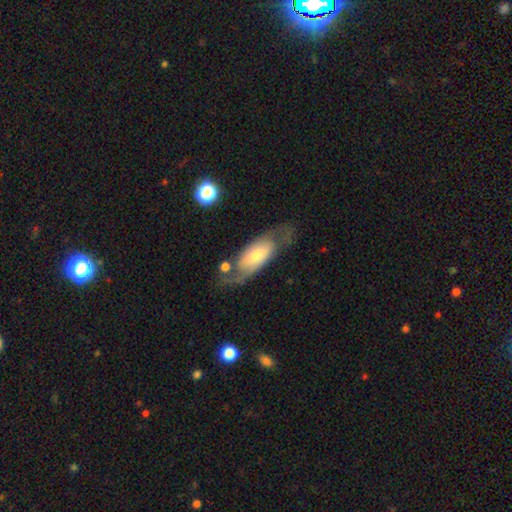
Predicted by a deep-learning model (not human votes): This appears to be a featured or disk galaxy (67%) with no bar (59%), spiral arms (77%) and a moderate central bulge (41%, tied with small). Merging: none (68%).